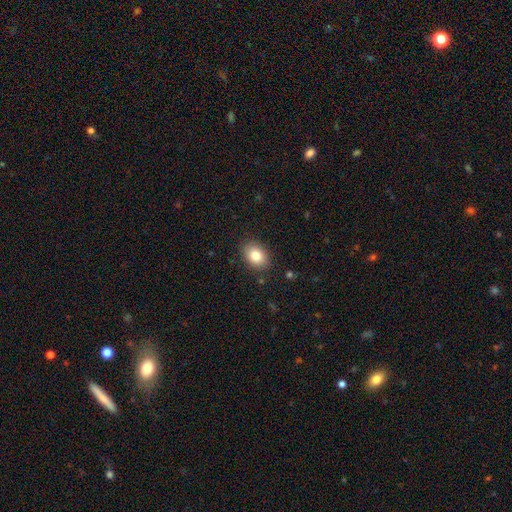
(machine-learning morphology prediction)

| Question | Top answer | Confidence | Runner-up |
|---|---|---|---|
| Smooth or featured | smooth | 82% | featured or disk (9%) |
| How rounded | in between | 71% | round (28%) |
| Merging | none | 87% | minor disturbance (10%) |